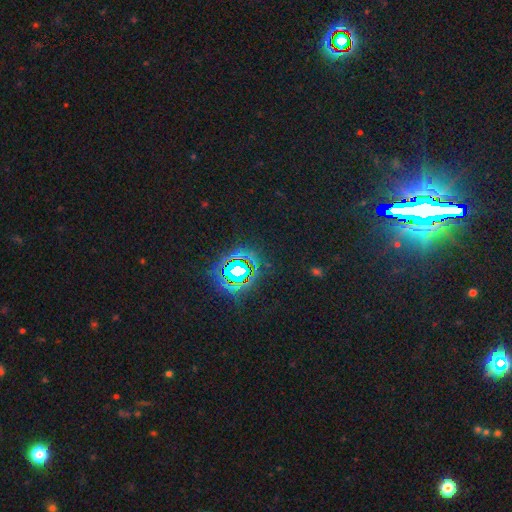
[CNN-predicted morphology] This is clearly a star or artifact rather than a galaxy (84%).